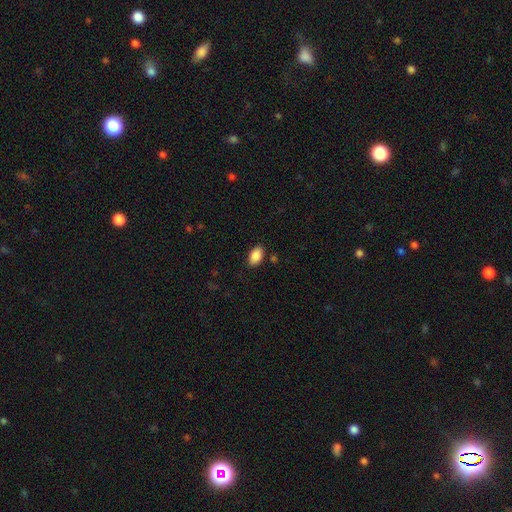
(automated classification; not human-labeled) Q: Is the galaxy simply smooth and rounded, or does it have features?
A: smooth — 89%.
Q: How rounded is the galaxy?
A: in between — 92%.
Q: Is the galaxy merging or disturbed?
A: none — 86%.